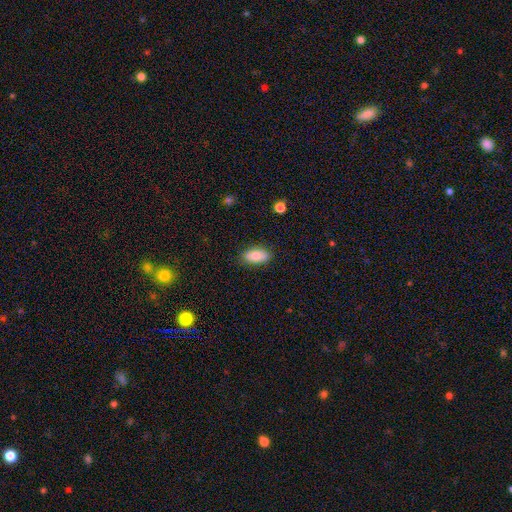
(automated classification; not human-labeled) Morphology: type=smooth (81%); roundness=in between (91%); merging=none (84%).